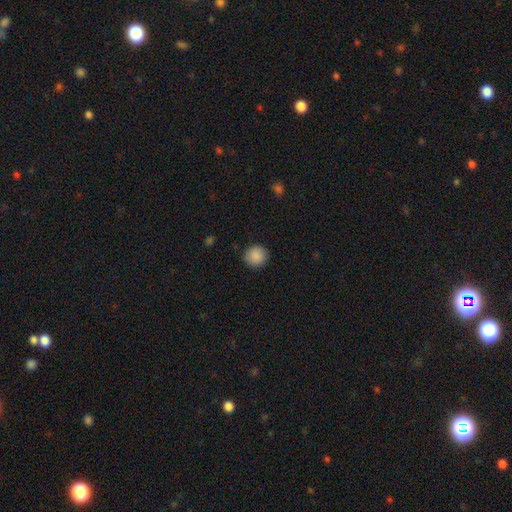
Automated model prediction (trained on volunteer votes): Smooth or featured? Predicted: smooth (p=0.89). How rounded? Predicted: round (p=0.89). Merging? Predicted: none (p=0.89).